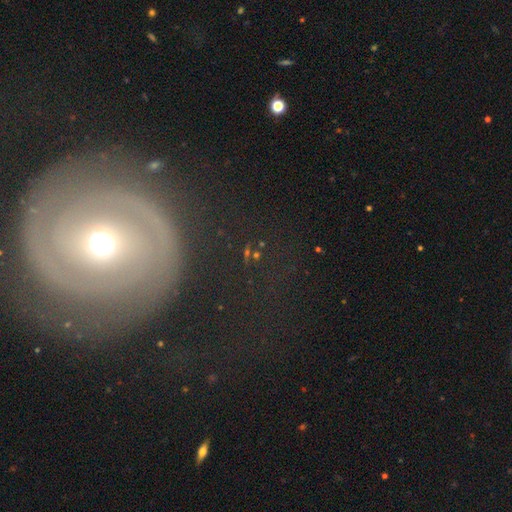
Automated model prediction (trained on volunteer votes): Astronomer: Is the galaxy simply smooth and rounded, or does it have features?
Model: star or artifact — 58%.